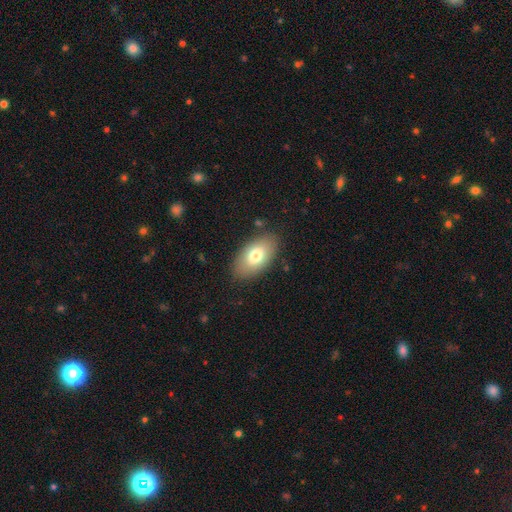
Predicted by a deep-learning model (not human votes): smooth-or-featured: smooth: 74% | featured or disk: 19% | star or artifact: 7%
  how-rounded: in between: 94% | round: 4% | cigar-shaped: 2%
  merging: none: 84% | minor disturbance: 12% | major disturbance: 3% | merger: 2%